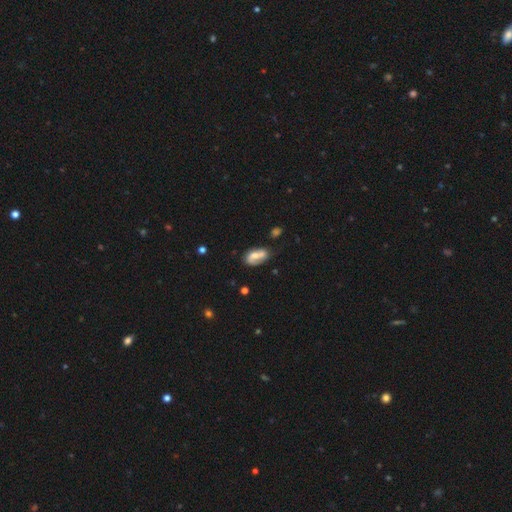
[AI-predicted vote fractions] A featured or disk galaxy (46%). Merging: none (41%).